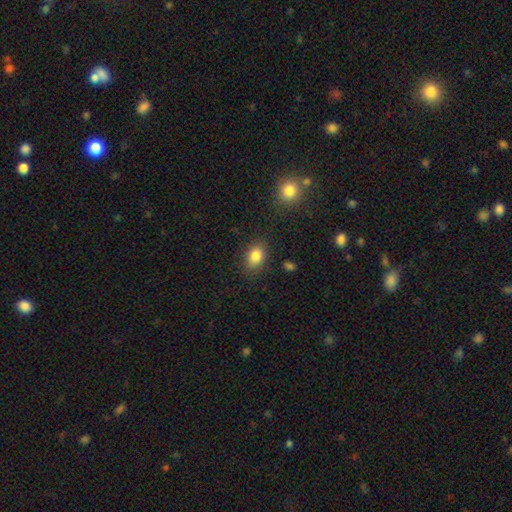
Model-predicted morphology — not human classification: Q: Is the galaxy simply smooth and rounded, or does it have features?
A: smooth — 84%.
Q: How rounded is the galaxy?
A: in between — 74%.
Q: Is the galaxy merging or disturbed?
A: none — 80%.